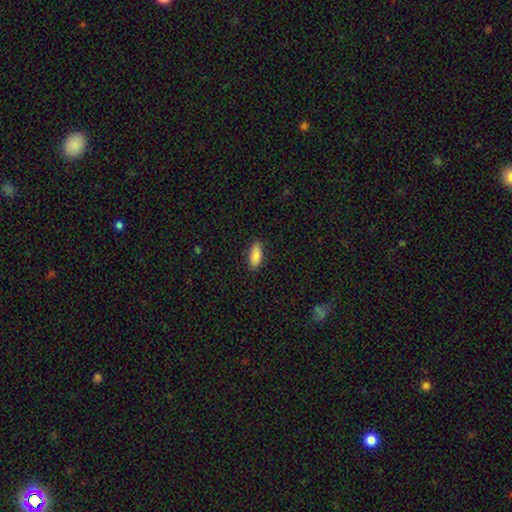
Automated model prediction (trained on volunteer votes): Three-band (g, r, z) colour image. It shows a smooth galaxy with no disk features (86%) that is in between round and cigar-shaped (82%). Merging: none (85%).